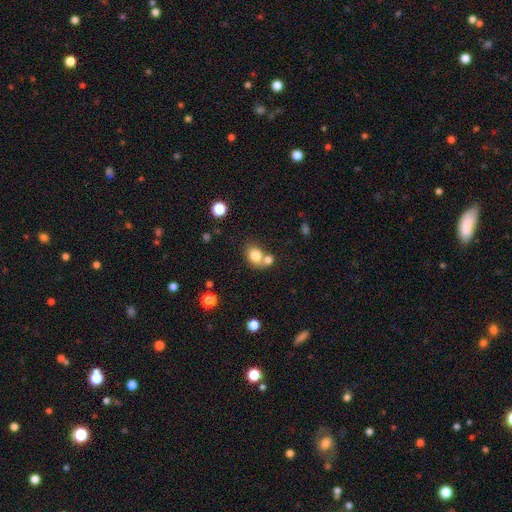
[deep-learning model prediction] Overall: smooth (79%). How rounded: in between (51%; round 48%). Merging: none (44%; merger 41%).